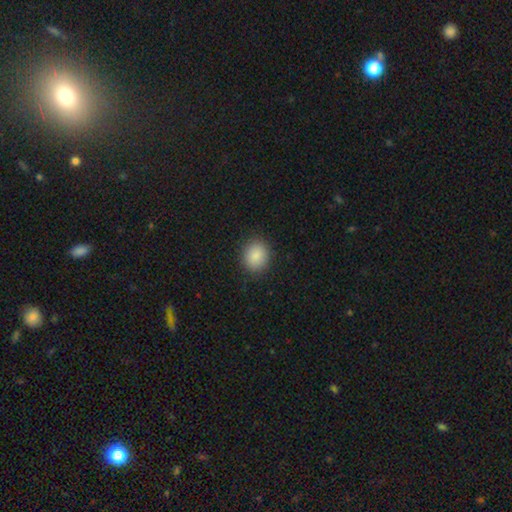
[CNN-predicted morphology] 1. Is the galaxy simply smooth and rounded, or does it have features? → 88% smooth, 8% star or artifact, 4% featured or disk.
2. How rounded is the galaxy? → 69% round, 31% in between, 1% cigar-shaped.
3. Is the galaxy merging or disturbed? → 89% none, 8% minor disturbance, 2% major disturbance, 1% merger.